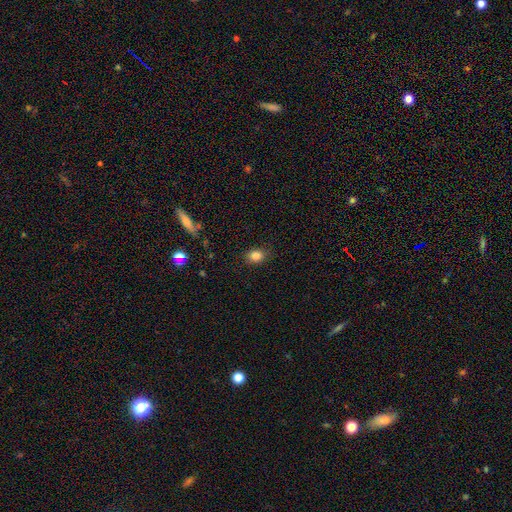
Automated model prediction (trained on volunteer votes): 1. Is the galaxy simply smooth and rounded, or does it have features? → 85% smooth, 10% star or artifact, 5% featured or disk.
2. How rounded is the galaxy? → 58% in between, 41% round, 1% cigar-shaped.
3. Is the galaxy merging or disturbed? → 85% none, 11% minor disturbance, 3% major disturbance, 1% merger.